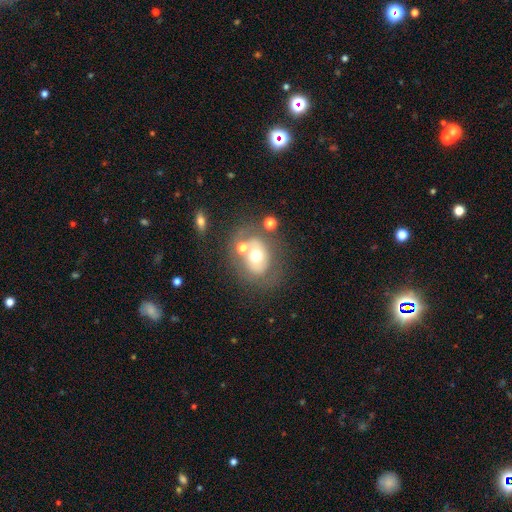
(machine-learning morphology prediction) A smooth galaxy with no disk features (49%).

Vote fractions:
- Smooth or featured? smooth: 49% / featured or disk: 39% / star or artifact: 13%
- Merging? none: 55% / merger: 19% / minor disturbance: 15% / major disturbance: 10%